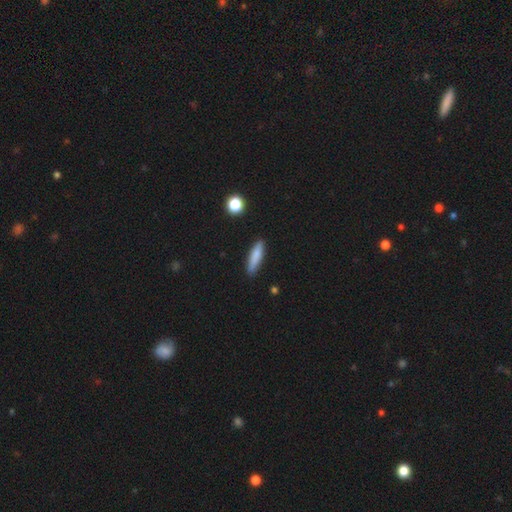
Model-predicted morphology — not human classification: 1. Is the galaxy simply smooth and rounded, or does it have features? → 77% smooth, 16% featured or disk, 7% star or artifact.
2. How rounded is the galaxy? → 78% cigar-shaped, 20% in between, 2% round.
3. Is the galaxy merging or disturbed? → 87% none, 10% minor disturbance, 2% major disturbance, 2% merger.